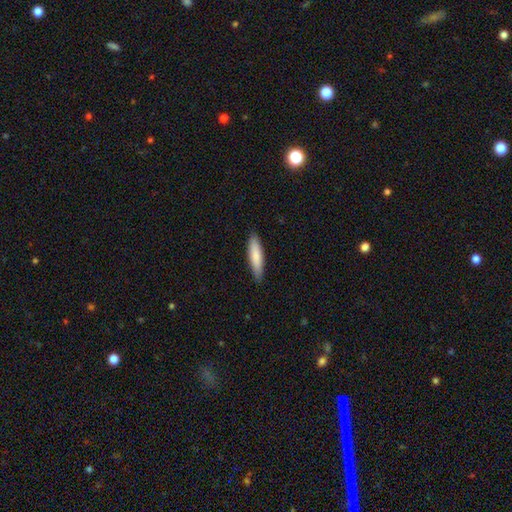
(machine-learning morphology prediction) Smooth or featured? Predicted: smooth (p=0.82). How rounded? Predicted: cigar-shaped (p=0.72). Merging? Predicted: none (p=0.88).